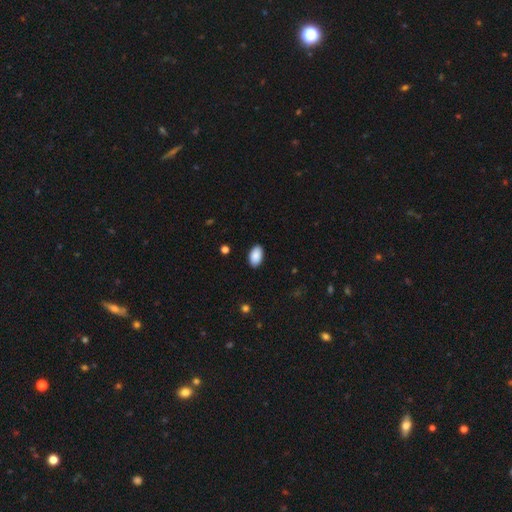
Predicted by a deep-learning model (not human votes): Smooth or featured? smooth (90%)
How rounded? in between (94%)
Merging? none (89%)